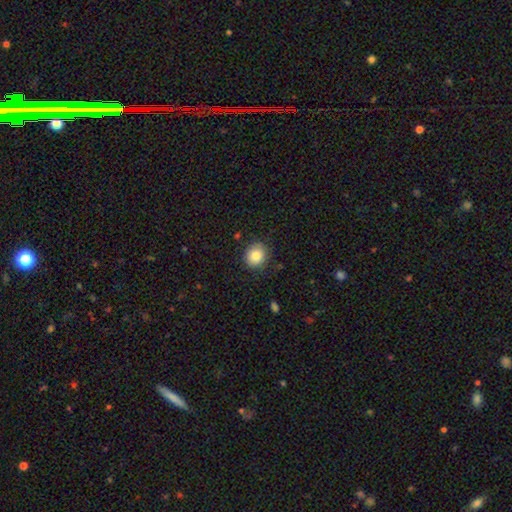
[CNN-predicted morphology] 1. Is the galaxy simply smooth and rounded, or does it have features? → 84% smooth, 9% star or artifact, 7% featured or disk.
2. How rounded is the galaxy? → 80% round, 19% in between, 1% cigar-shaped.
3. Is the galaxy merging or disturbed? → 86% none, 10% minor disturbance, 3% major disturbance, 1% merger.